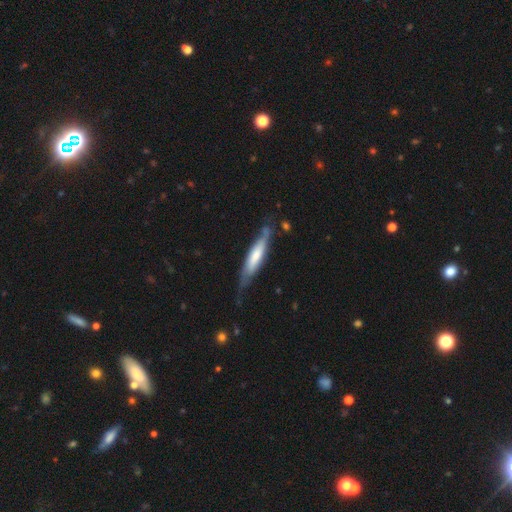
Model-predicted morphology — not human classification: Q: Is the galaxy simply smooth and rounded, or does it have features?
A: featured or disk — 48%.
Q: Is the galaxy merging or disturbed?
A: none — 57%.